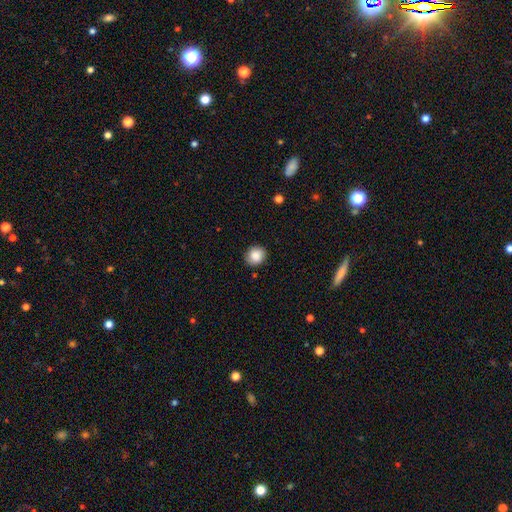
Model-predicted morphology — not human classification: A smooth galaxy with no disk features (87%) that is round (82%).

Vote fractions:
- Smooth or featured? smooth: 87% / star or artifact: 9% / featured or disk: 5%
- How rounded? round: 82% / in between: 17% / cigar-shaped: 1%
- Merging? none: 88% / minor disturbance: 8% / major disturbance: 2% / merger: 1%